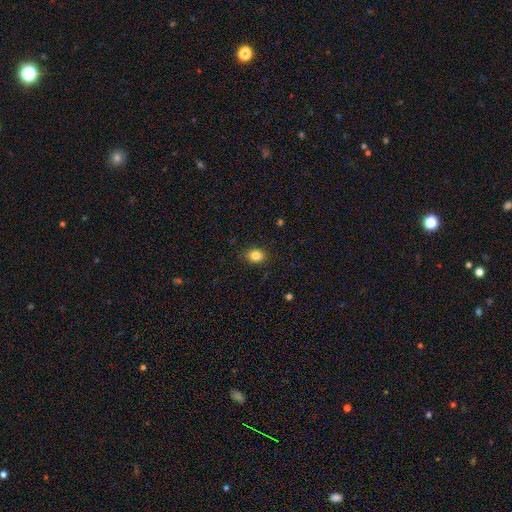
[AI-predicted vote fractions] Smooth or featured?
  - smooth: 84% *
  - star or artifact: 11%
  - featured or disk: 6%
How rounded?
  - in between: 50% *
  - round: 49%
  - cigar-shaped: 1%
Merging?
  - none: 87% *
  - minor disturbance: 10%
  - major disturbance: 2%
  - merger: 1%